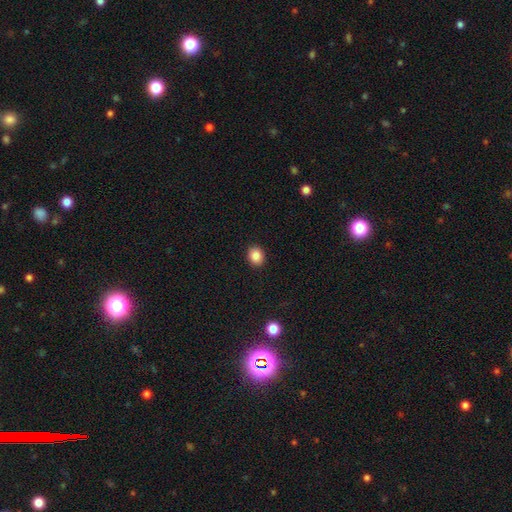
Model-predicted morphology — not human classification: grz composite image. It shows a smooth galaxy with no disk features (86%) that is round (60%). Merging: none (92%).